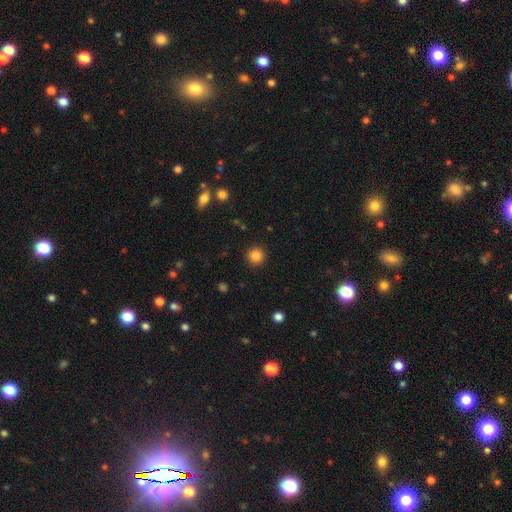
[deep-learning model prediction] smooth-or-featured: smooth: 85% | star or artifact: 11% | featured or disk: 4%
  how-rounded: round: 95% | in between: 4% | cigar-shaped: 1%
  merging: none: 92% | minor disturbance: 5% | major disturbance: 2% | merger: 1%